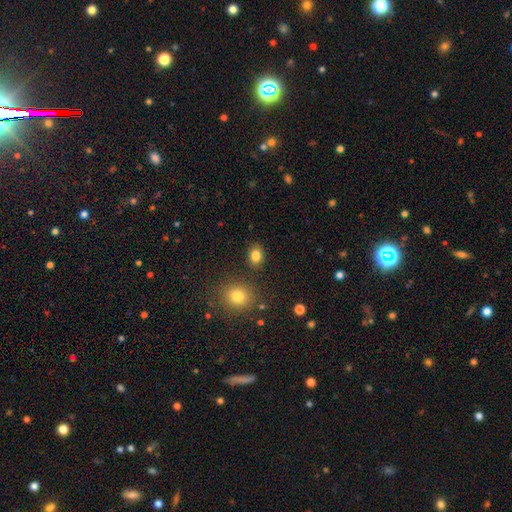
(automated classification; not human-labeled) smooth-or-featured: smooth: 83% | star or artifact: 11% | featured or disk: 6%
  how-rounded: in between: 61% | round: 38% | cigar-shaped: 1%
  merging: none: 85% | minor disturbance: 9% | merger: 4% | major disturbance: 3%